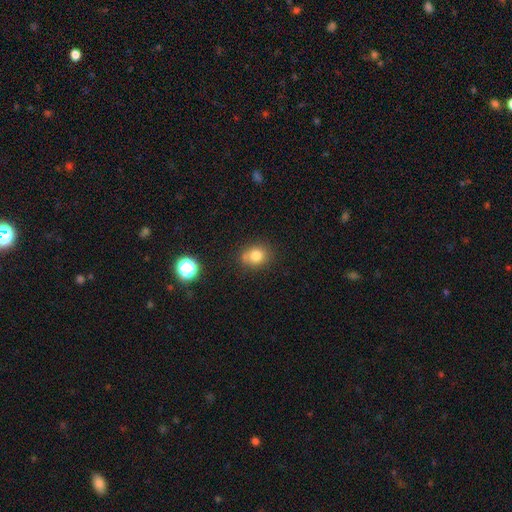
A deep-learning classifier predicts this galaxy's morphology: smooth 79%, star or artifact 12%, featured or disk 9%. Down the decision tree: how rounded — round (58%); merging — none (69%).